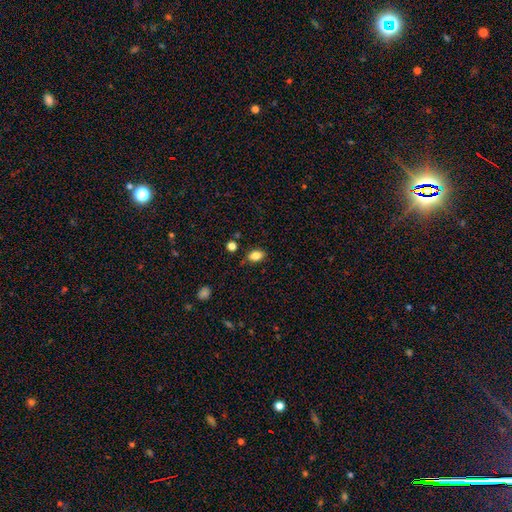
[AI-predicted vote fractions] Smooth or featured? Predicted: smooth (p=0.84). How rounded? Predicted: in between (p=0.84). Merging? Predicted: none (p=0.80).